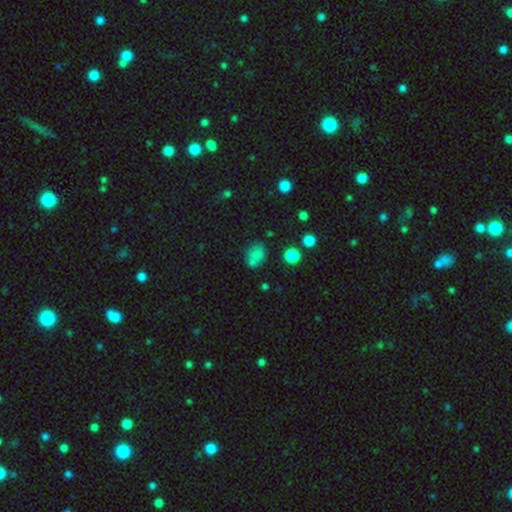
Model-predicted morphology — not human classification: smooth_or_featured: smooth (p=0.73) [alt: star or artifact p=0.16]
how_rounded: in between (p=0.52) [alt: round p=0.46]
merging: none (p=0.57) [alt: minor disturbance p=0.19]